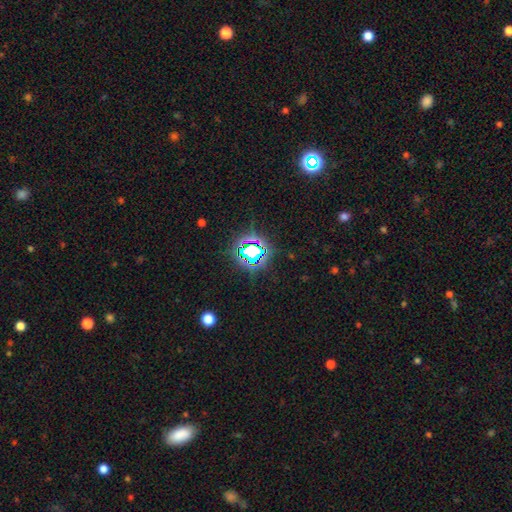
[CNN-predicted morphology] Smooth or featured? star or artifact (69%)